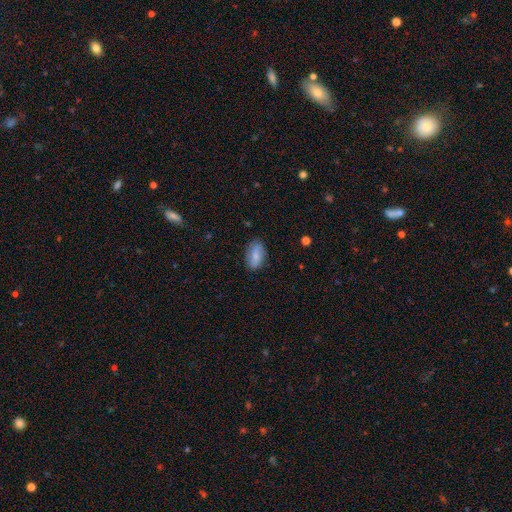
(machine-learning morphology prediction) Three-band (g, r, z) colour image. It shows a smooth galaxy with no disk features (75%) that is in between round and cigar-shaped (91%). Merging: none (82%).